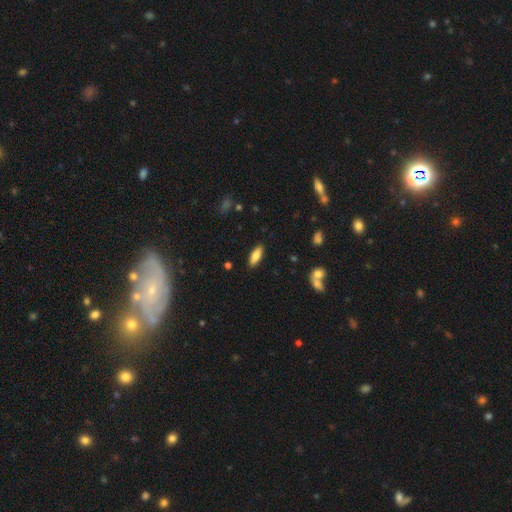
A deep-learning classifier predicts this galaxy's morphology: Smooth or featured?
  - smooth: 81% *
  - featured or disk: 12%
  - star or artifact: 7%
How rounded?
  - in between: 70% *
  - cigar-shaped: 28%
  - round: 2%
Merging?
  - none: 88% *
  - minor disturbance: 9%
  - major disturbance: 2%
  - merger: 2%